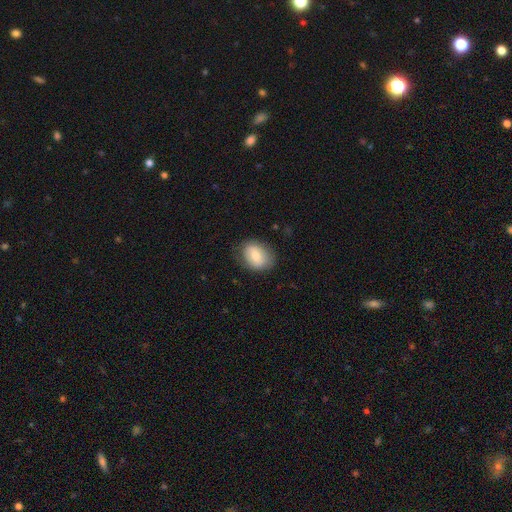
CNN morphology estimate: This is likely a smooth galaxy (70%). How rounded: likely in between (66%). Merging: likely none (77%).